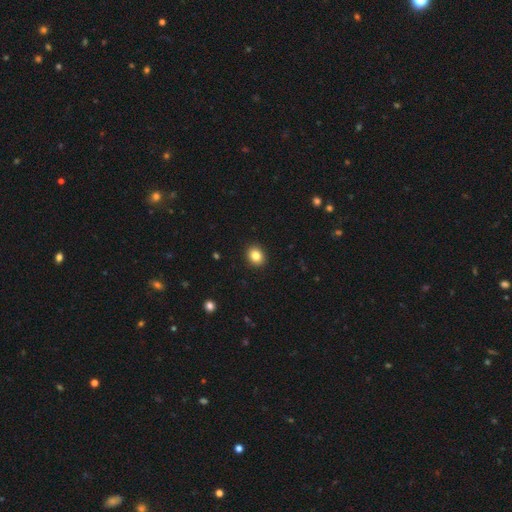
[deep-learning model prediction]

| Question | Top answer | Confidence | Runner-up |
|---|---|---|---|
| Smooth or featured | smooth | 85% | star or artifact (10%) |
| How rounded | round | 59% | in between (40%) |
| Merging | none | 91% | minor disturbance (6%) |